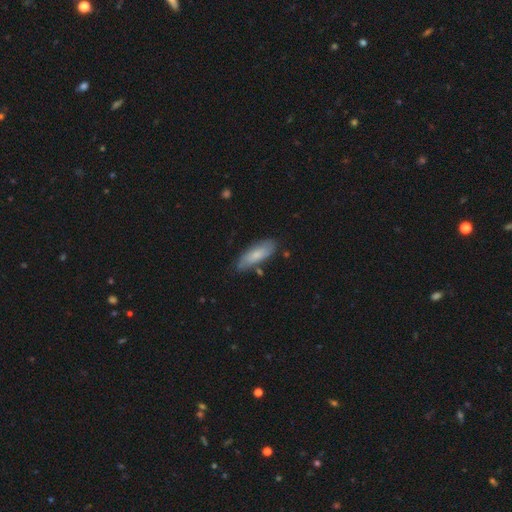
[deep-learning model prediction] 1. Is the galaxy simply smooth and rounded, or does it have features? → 72% smooth, 22% featured or disk, 6% star or artifact.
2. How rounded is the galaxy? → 66% in between, 32% cigar-shaped, 2% round.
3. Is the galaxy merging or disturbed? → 72% none, 20% minor disturbance, 4% merger, 4% major disturbance.